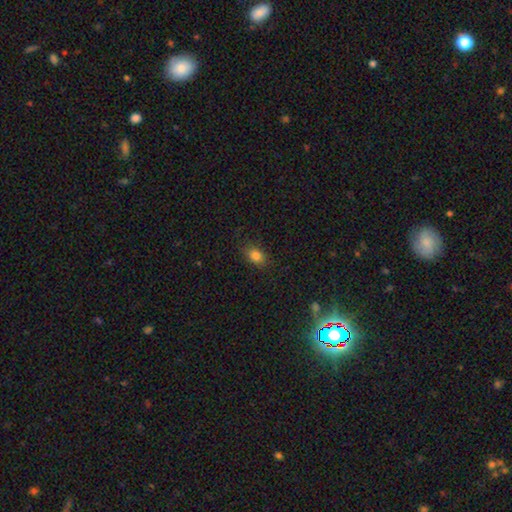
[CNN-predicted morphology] Smooth or featured?
  - smooth: 83% *
  - star or artifact: 11%
  - featured or disk: 6%
How rounded?
  - in between: 72% *
  - round: 26%
  - cigar-shaped: 2%
Merging?
  - none: 84% *
  - minor disturbance: 12%
  - major disturbance: 3%
  - merger: 1%